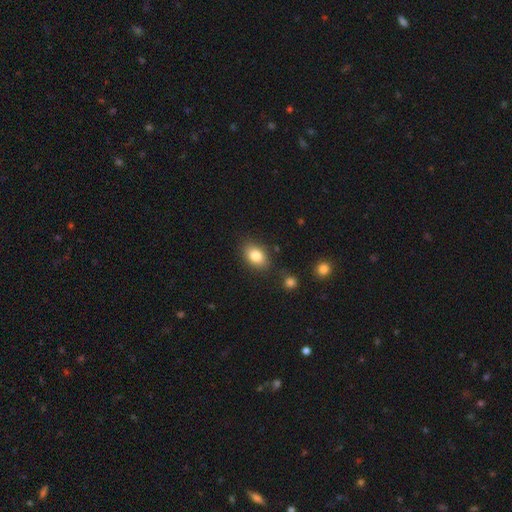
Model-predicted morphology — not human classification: Smooth or featured? Predicted: smooth (p=0.83). How rounded? Predicted: in between (p=0.82). Merging? Predicted: none (p=0.81).